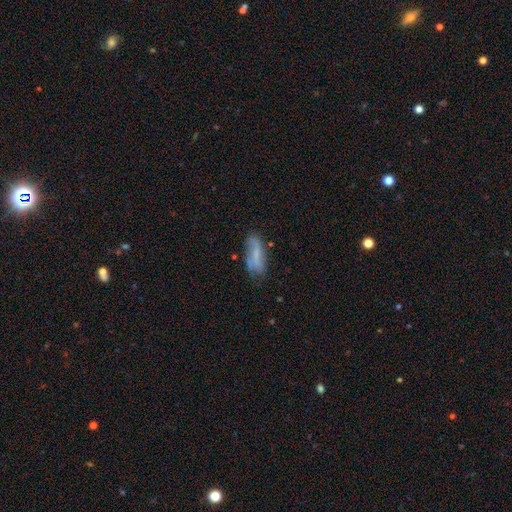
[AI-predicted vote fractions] Overall: smooth (49%; featured or disk 42%). Merging: none (56%; minor disturbance 28%).